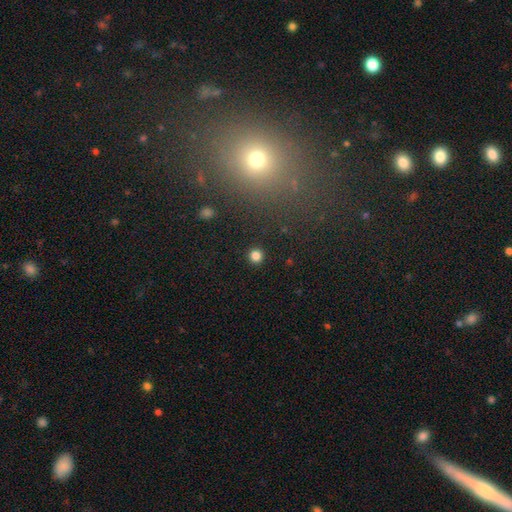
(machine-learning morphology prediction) smooth_or_featured: smooth (p=0.82) [alt: star or artifact p=0.13]
how_rounded: round (p=0.95) [alt: in between p=0.04]
merging: none (p=0.92) [alt: minor disturbance p=0.04]